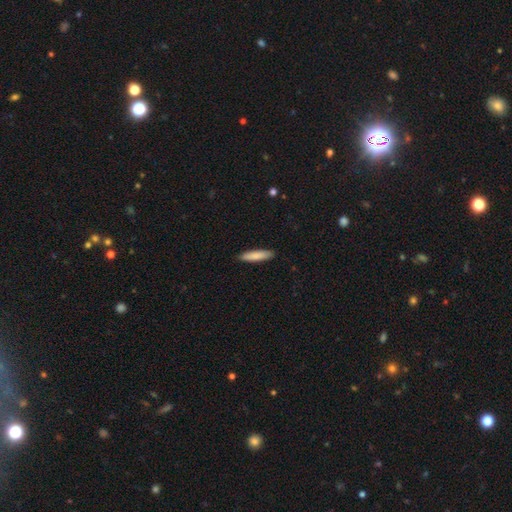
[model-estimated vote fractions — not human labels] Smooth or featured? smooth (85%)
How rounded? cigar-shaped (82%)
Merging? none (91%)